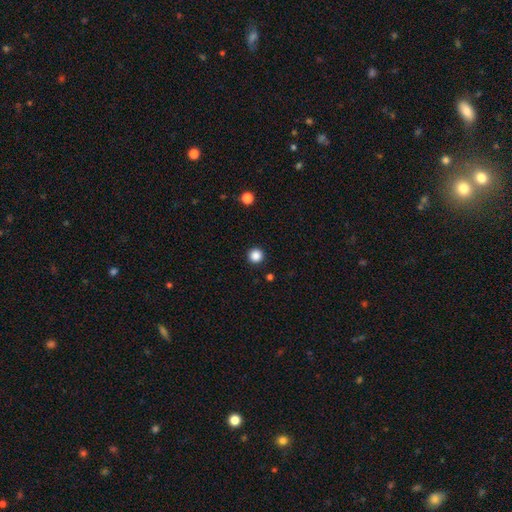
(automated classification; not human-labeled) smooth_or_featured: smooth (p=0.86) [alt: star or artifact p=0.11]
how_rounded: round (p=0.97) [alt: in between p=0.03]
merging: none (p=0.94) [alt: minor disturbance p=0.04]